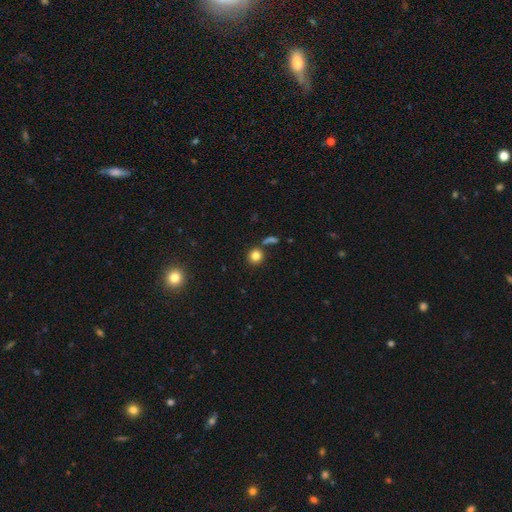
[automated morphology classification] type=smooth (81%); roundness=round (90%); merging=none (78%).